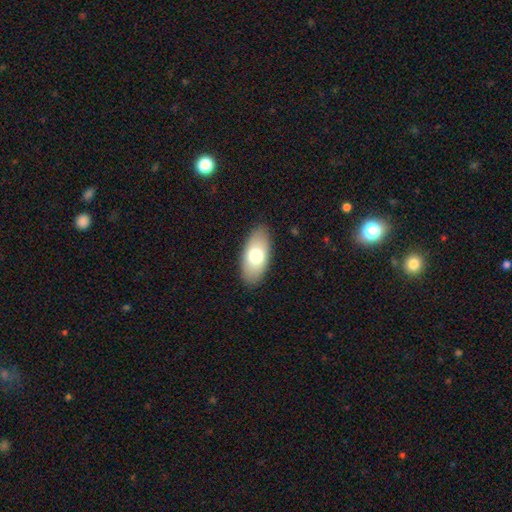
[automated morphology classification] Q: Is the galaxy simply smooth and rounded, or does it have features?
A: smooth — 73%.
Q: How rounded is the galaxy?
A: in between — 91%.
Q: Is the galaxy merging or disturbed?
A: none — 87%.